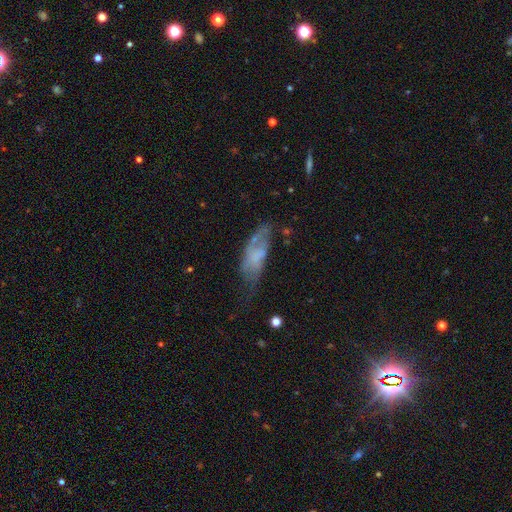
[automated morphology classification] Q: Smooth or featured?
A: smooth (47%); runner-up: featured or disk (44%)
Q: Merging?
A: none (35%); runner-up: minor disturbance (30%)